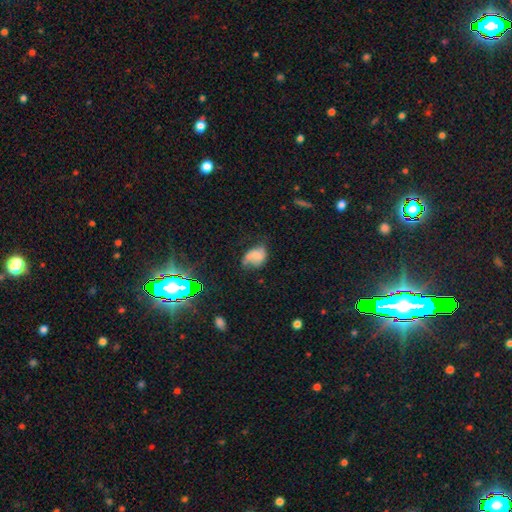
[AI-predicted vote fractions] Morphology: type=smooth (55%); roundness=in between (68%); merging=minor disturbance (38%).